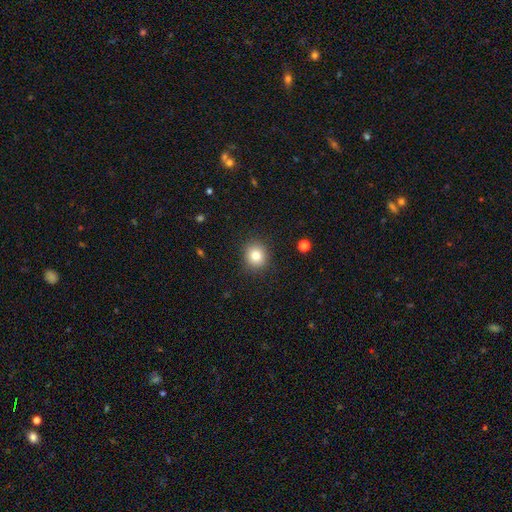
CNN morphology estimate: Q: Smooth or featured?
A: smooth (82%); runner-up: star or artifact (11%)
Q: How rounded?
A: round (83%); runner-up: in between (16%)
Q: Merging?
A: none (90%); runner-up: minor disturbance (7%)